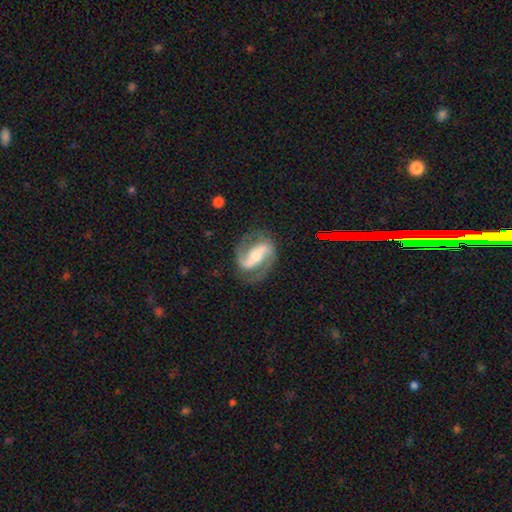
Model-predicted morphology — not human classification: A featured or disk galaxy (88%) with a strong bar (55%), 2 (92%) medium (51%) spiral arms (96%) and a moderate central bulge (57%). Merging: none (80%).